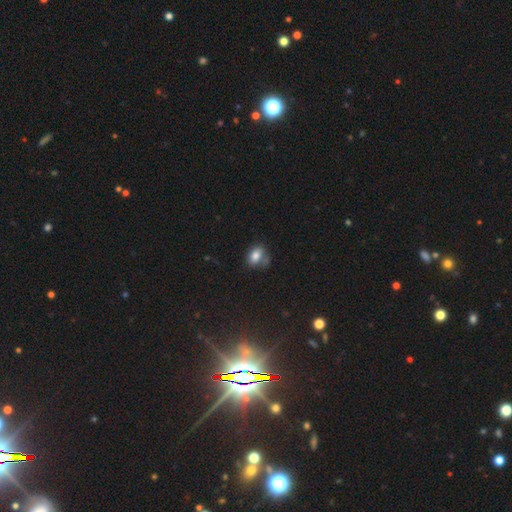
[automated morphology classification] The model was most divided on "merging": none: 54%, minor disturbance: 22%, merger: 16%, major disturbance: 7%. More confident: smooth or featured — smooth (79%); how rounded — in between (77%).